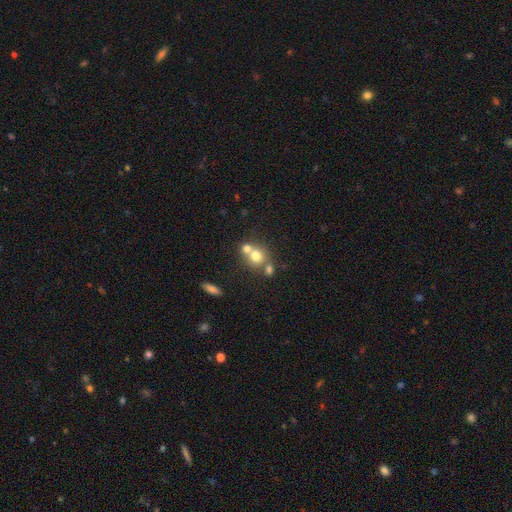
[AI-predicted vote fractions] Smooth or featured: smooth — 70% (featured or disk — 17%)
How rounded: round — 80% (in between — 19%)
Merging: merger — 50% (none — 40%)